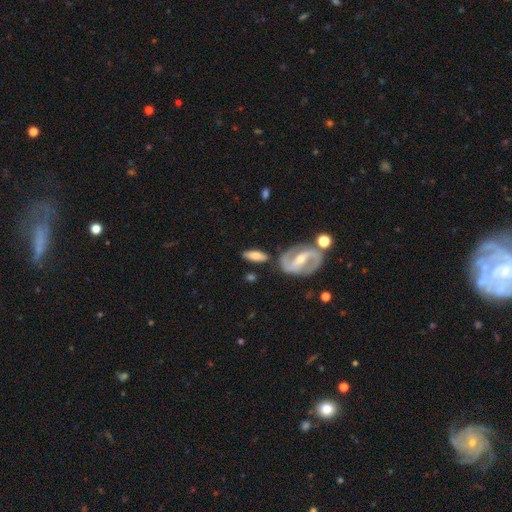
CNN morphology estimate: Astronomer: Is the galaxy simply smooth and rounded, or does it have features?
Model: smooth — 53% (runner-up: featured or disk, 41%).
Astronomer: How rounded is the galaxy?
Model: in between — 69%.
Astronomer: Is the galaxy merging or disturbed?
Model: none — 74%.